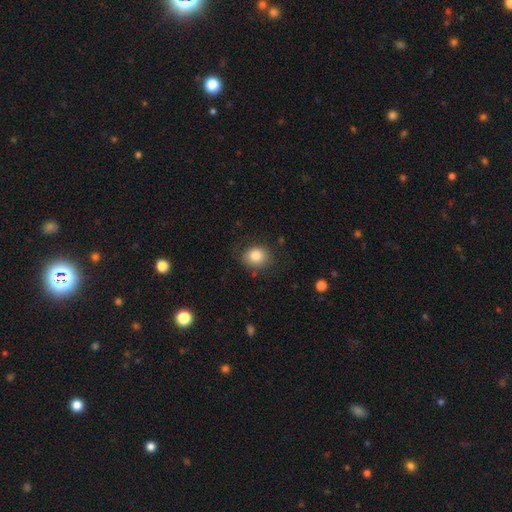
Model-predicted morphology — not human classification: smooth 83%, star or artifact 10%, featured or disk 7%. Down the decision tree: how rounded — round (66%); merging — none (79%).